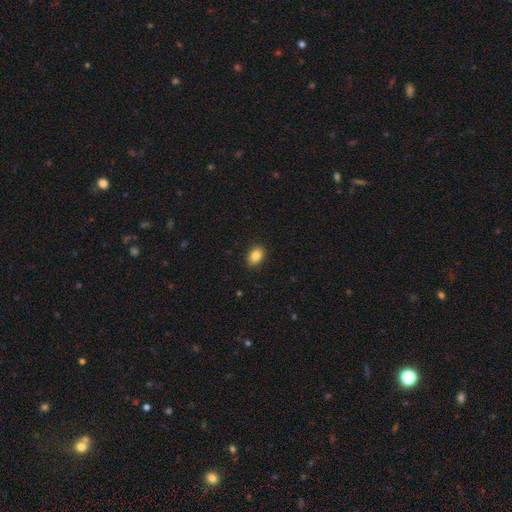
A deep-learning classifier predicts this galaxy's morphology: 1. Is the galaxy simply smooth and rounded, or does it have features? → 87% smooth, 9% star or artifact, 5% featured or disk.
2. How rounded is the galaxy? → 77% in between, 22% round, 1% cigar-shaped.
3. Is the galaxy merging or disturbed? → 90% none, 7% minor disturbance, 2% major disturbance, 1% merger.